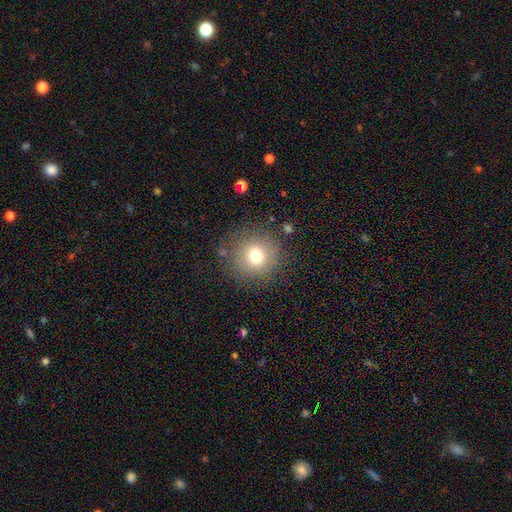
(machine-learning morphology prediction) Overall: smooth (74%). How rounded: round (93%). Merging: none (83%).